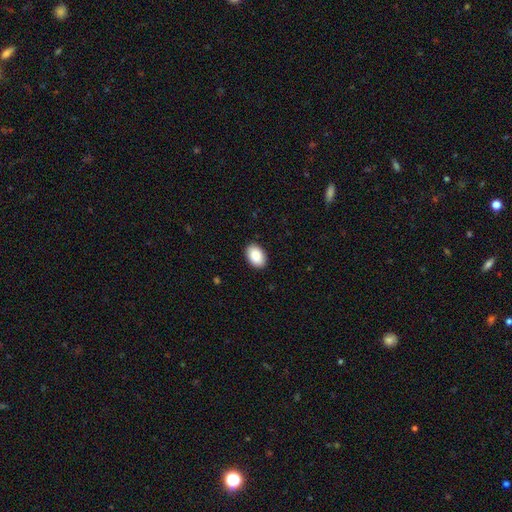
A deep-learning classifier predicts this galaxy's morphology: The model was most divided on "how rounded": in between: 89%, round: 10%, cigar-shaped: 1%. More confident: merging — none (90%); smooth or featured — smooth (90%).